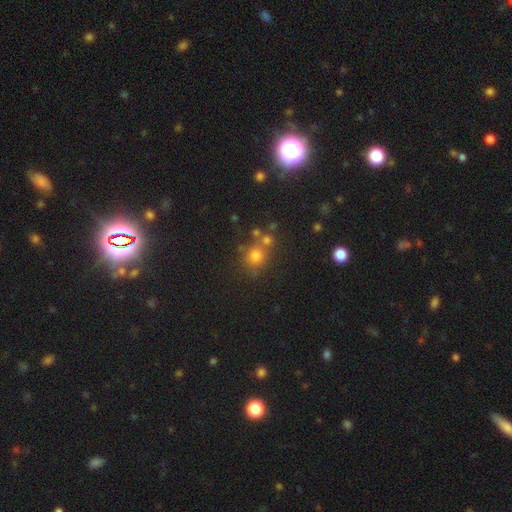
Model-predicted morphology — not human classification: Overall: smooth (71%). How rounded: round (86%). Merging: none (63%).